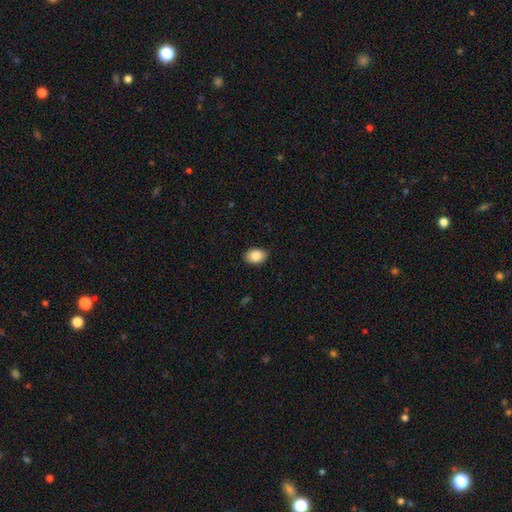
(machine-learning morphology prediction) Smooth or featured?
  - smooth: 85% *
  - featured or disk: 8%
  - star or artifact: 7%
How rounded?
  - in between: 85% *
  - round: 14%
  - cigar-shaped: 1%
Merging?
  - none: 89% *
  - minor disturbance: 8%
  - major disturbance: 2%
  - merger: 1%